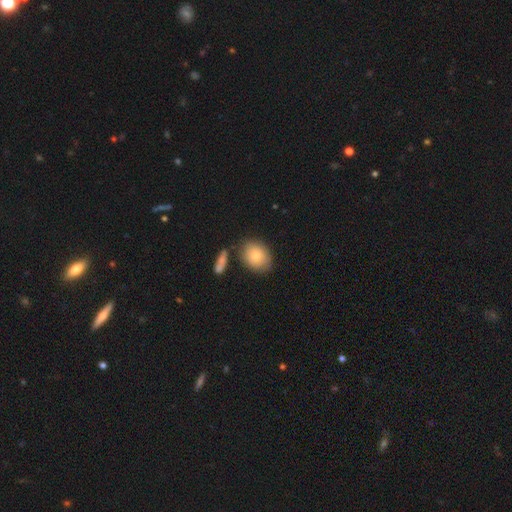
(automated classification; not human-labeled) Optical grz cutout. It shows a smooth galaxy with no disk features (80%) that is in between round and cigar-shaped (58%). Merging: none (74%).